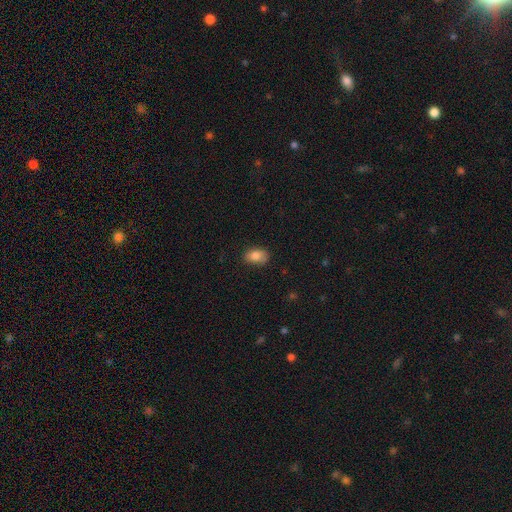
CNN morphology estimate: This is clearly a smooth galaxy (83%). How rounded: clearly in between (82%). Merging: likely none (75%).